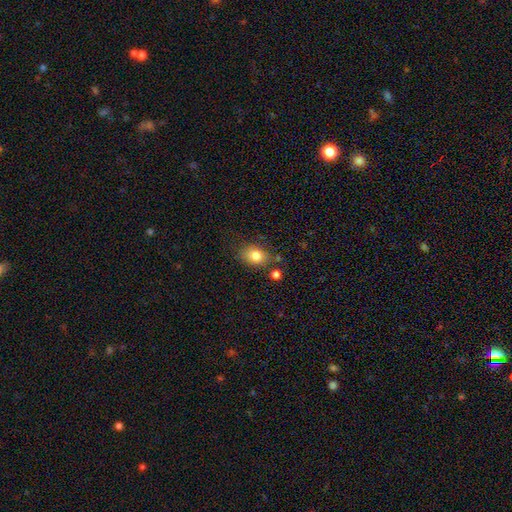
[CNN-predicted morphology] smooth_or_featured: smooth (p=0.82) [alt: star or artifact p=0.10]
how_rounded: in between (p=0.69) [alt: round p=0.30]
merging: none (p=0.72) [alt: minor disturbance p=0.16]